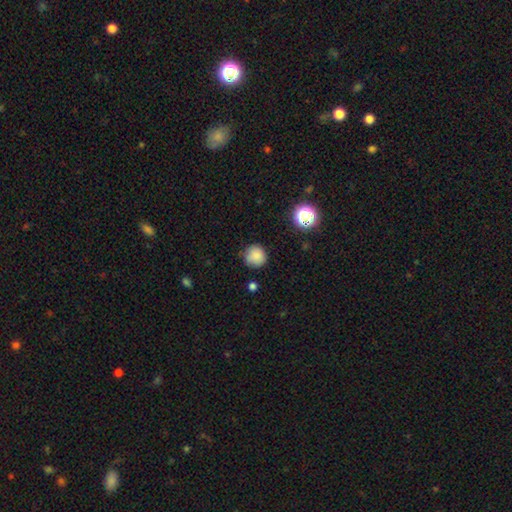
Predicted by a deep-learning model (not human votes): Q: Smooth or featured?
A: smooth (83%); runner-up: star or artifact (11%)
Q: How rounded?
A: round (93%); runner-up: in between (6%)
Q: Merging?
A: none (81%); runner-up: minor disturbance (14%)